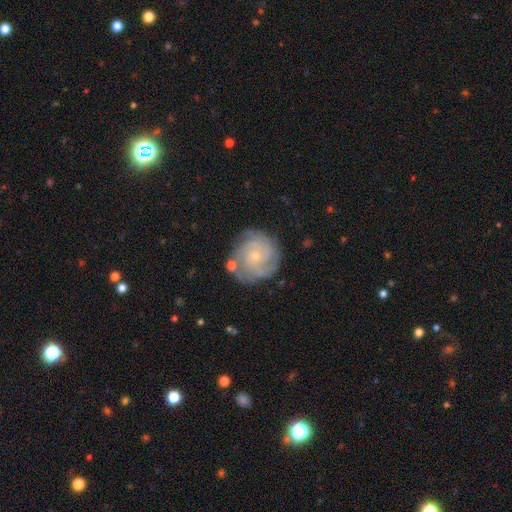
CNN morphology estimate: featured or disk 74%, smooth 19%, star or artifact 7%. Down the decision tree: edge-on disk — no (98%); bar — no (79%); spiral arms — yes (91%); spiral arm count — can't tell (32%); spiral winding — tight (66%); bulge size — small (75%); merging — none (74%).